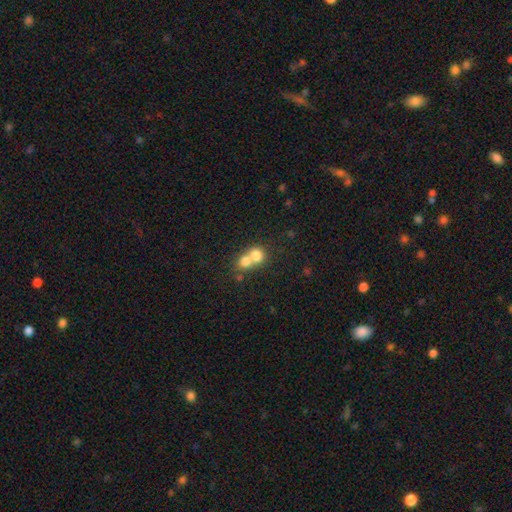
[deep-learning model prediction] A smooth galaxy with no disk features (75%) that is round (78%). Merging: merger (67%).